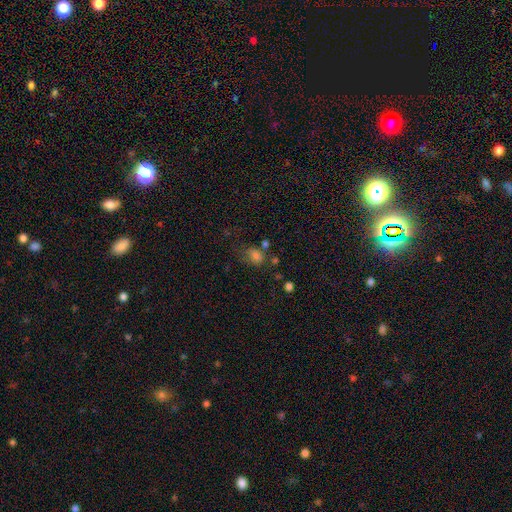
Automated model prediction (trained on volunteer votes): Smooth or featured? Predicted: smooth (p=0.76). How rounded? Predicted: in between (p=0.64). Merging? Predicted: none (p=0.42).